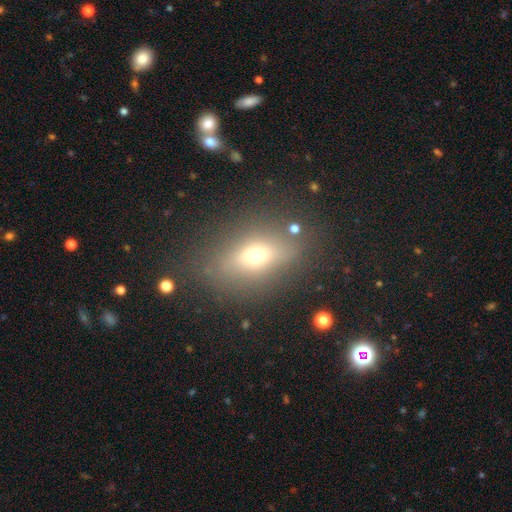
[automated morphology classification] Smooth or featured? Predicted: smooth (p=0.57). How rounded? Predicted: in between (p=0.70). Merging? Predicted: none (p=0.78).